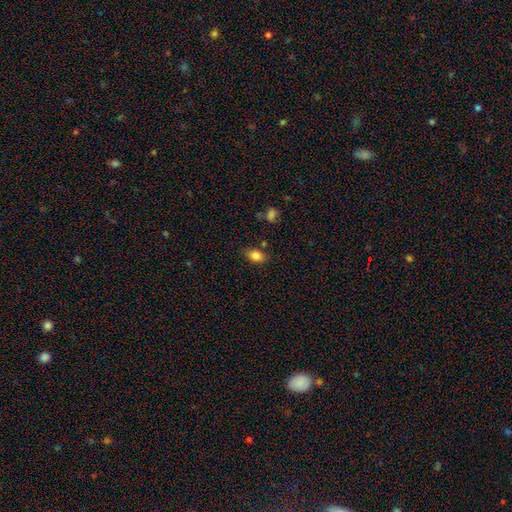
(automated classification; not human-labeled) Smooth or featured? smooth (84%)
How rounded? in between (81%)
Merging? none (78%)